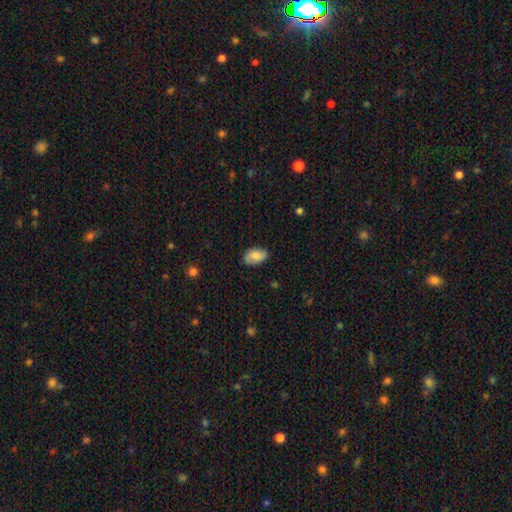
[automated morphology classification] This appears to be a smooth galaxy with no disk features (78%) that is in between round and cigar-shaped (93%). Merging: none (78%).